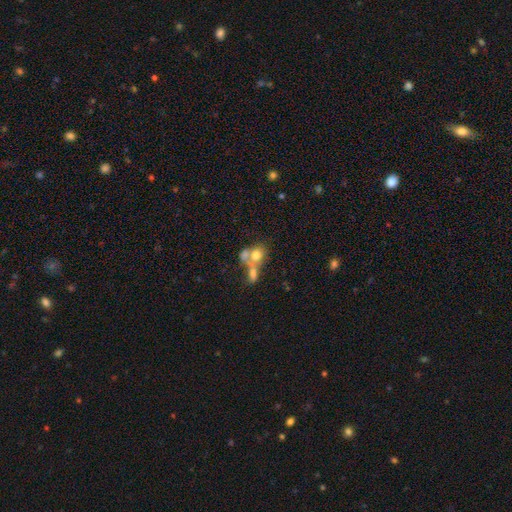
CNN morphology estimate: The model was most divided on "how rounded" (2-way tie): in between: 49%, round: 49%, cigar-shaped: 2%. More confident: smooth or featured — smooth (63%); merging — merger (59%).